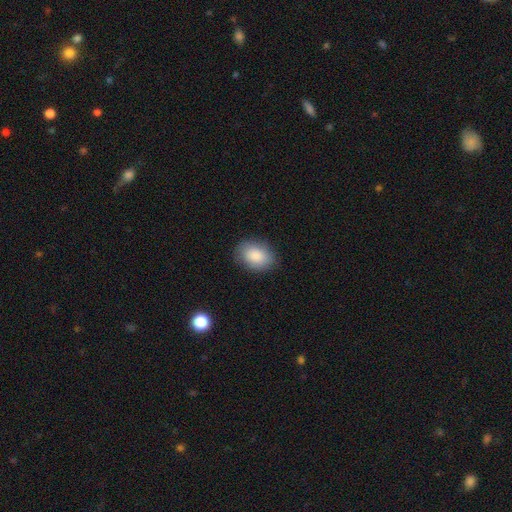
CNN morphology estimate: This appears to be a smooth galaxy with no disk features (88%) that is in between round and cigar-shaped (75%). Merging: none (84%).